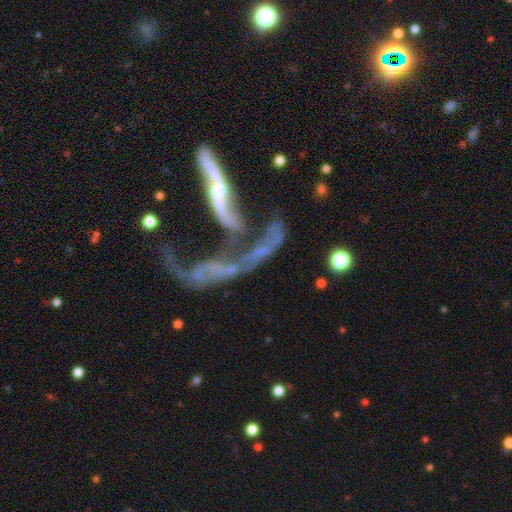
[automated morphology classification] Smooth or featured? featured or disk (70%)
Edge-on disk? no (68%)
Merging? merger (42%)